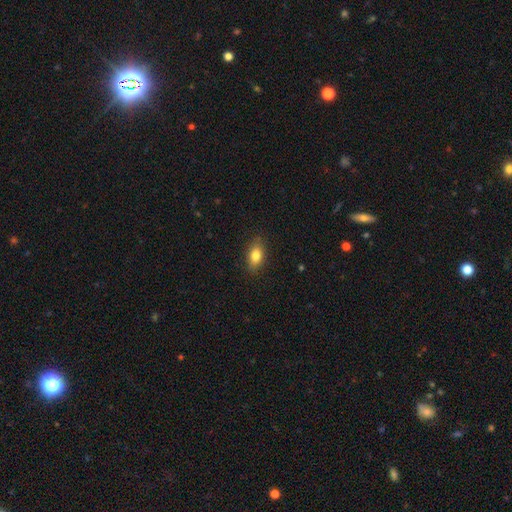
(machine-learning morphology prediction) This is clearly a smooth galaxy (81%). How rounded: clearly in between (85%). Merging: clearly none (86%).